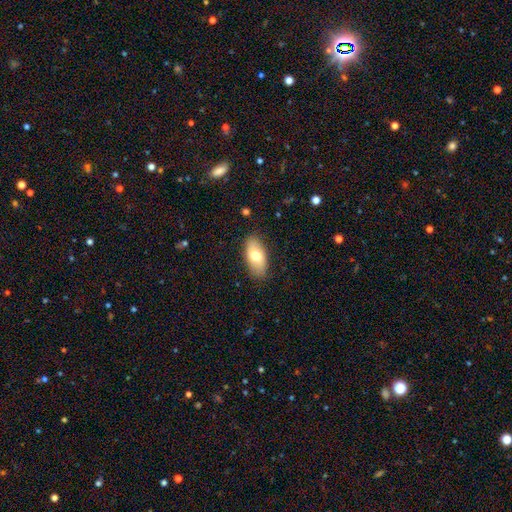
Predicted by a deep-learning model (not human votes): Smooth or featured?
  - smooth: 71% *
  - featured or disk: 23%
  - star or artifact: 6%
How rounded?
  - in between: 92% *
  - cigar-shaped: 5%
  - round: 3%
Merging?
  - none: 85% *
  - minor disturbance: 11%
  - major disturbance: 2%
  - merger: 1%